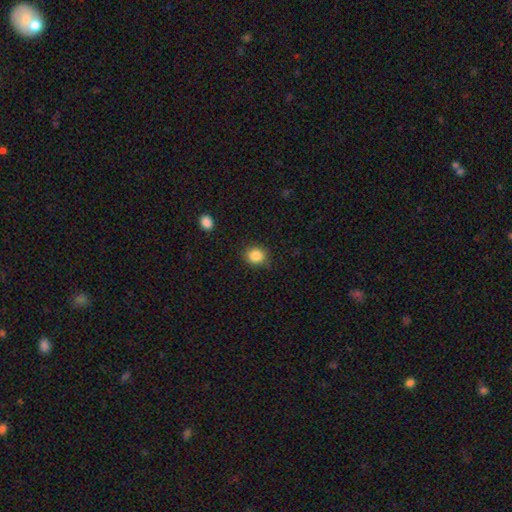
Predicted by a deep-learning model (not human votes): smooth-or-featured: smooth: 86% | star or artifact: 10% | featured or disk: 4%
  how-rounded: round: 78% | in between: 21% | cigar-shaped: 1%
  merging: none: 83% | minor disturbance: 13% | major disturbance: 3% | merger: 1%